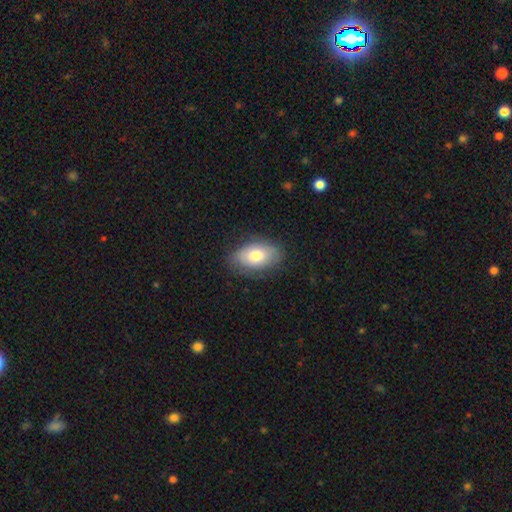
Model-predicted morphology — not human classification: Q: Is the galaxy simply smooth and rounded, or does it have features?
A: smooth — 72%.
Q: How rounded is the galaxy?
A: in between — 90%.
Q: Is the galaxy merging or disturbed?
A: none — 76%.